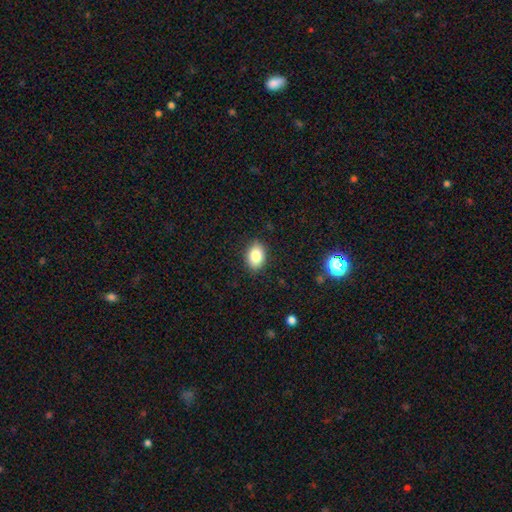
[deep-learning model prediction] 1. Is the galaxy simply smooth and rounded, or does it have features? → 84% smooth, 9% star or artifact, 7% featured or disk.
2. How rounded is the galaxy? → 79% in between, 20% round, 1% cigar-shaped.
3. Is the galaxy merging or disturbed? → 88% none, 9% minor disturbance, 2% major disturbance, 1% merger.